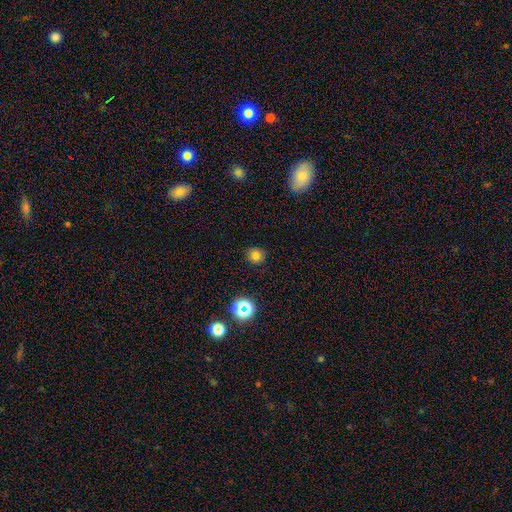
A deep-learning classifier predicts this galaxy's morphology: Q: Smooth or featured?
A: smooth (75%); runner-up: star or artifact (18%)
Q: How rounded?
A: round (90%); runner-up: in between (9%)
Q: Merging?
A: none (86%); runner-up: minor disturbance (10%)